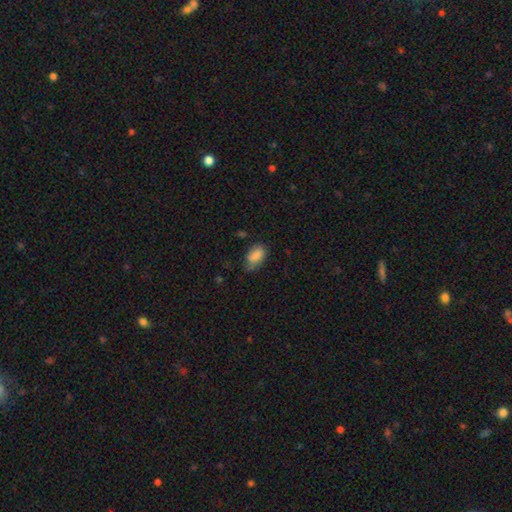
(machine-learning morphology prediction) Smooth or featured: smooth — 83% (featured or disk — 10%)
How rounded: in between — 90% (round — 8%)
Merging: none — 53% (minor disturbance — 34%)